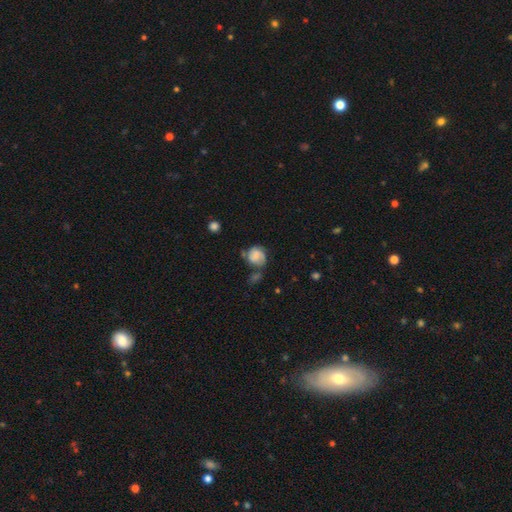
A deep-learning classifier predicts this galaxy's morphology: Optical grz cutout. It shows a smooth galaxy with no disk features (57%) that is round (71%). Merging: none (41%).